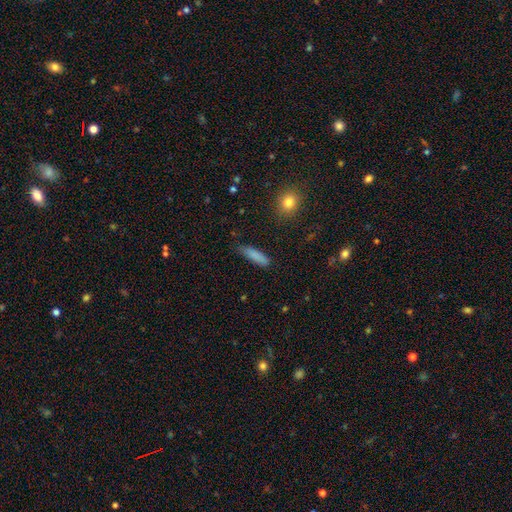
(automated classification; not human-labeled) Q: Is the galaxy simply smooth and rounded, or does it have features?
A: smooth — 85%.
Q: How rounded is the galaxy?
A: cigar-shaped — 70%.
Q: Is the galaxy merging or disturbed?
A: none — 79%.